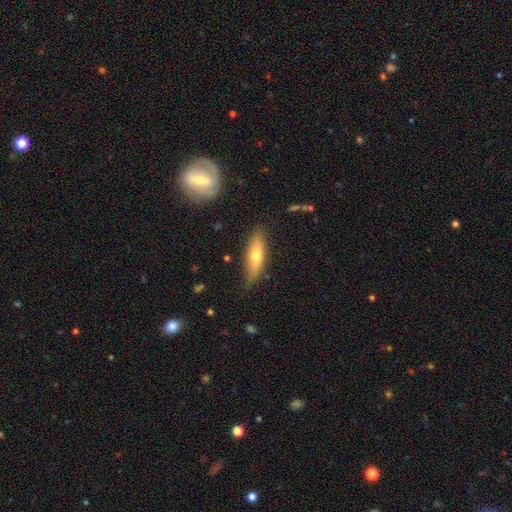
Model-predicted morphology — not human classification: Smooth or featured? Predicted: smooth (p=0.60). How rounded? Predicted: cigar-shaped (p=0.55). Merging? Predicted: none (p=0.79).